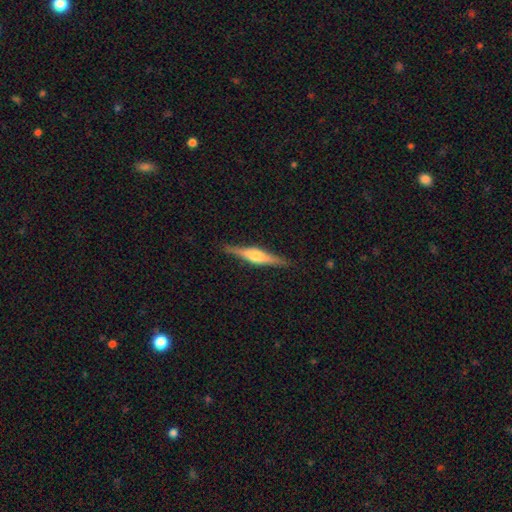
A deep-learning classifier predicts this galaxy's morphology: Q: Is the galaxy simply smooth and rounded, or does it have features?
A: featured or disk — 71%.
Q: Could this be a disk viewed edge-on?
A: yes — 98%.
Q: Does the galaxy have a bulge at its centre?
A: rounded — 80%.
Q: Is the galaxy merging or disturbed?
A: none — 90%.